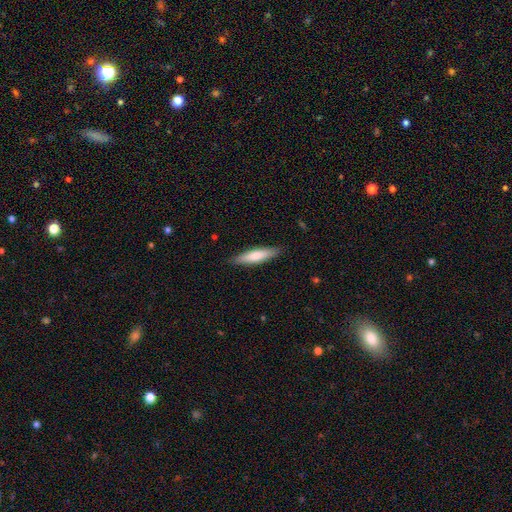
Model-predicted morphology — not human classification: Q: Smooth or featured?
A: smooth (73%); runner-up: featured or disk (22%)
Q: How rounded?
A: cigar-shaped (78%); runner-up: in between (21%)
Q: Merging?
A: none (88%); runner-up: minor disturbance (9%)